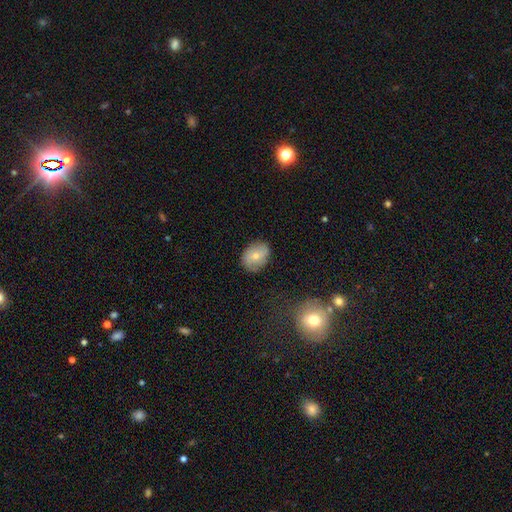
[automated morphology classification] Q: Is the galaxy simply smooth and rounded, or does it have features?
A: smooth — 64%.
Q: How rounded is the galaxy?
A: in between — 61%.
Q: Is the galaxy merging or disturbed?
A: none — 77%.